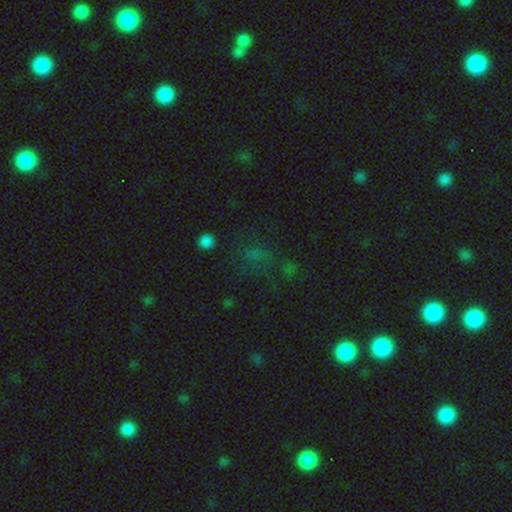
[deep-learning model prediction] smooth-or-featured: star or artifact: 48% | smooth: 41% | featured or disk: 12%